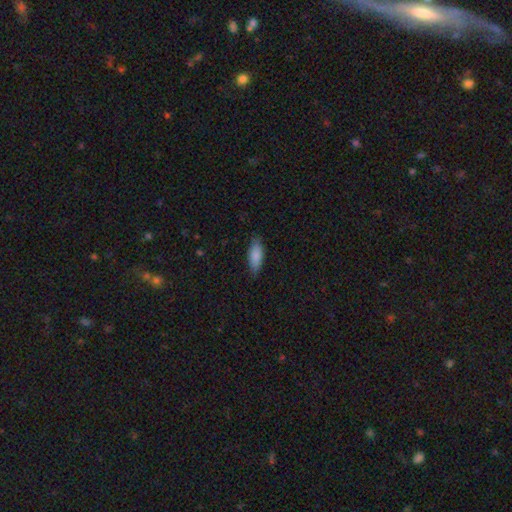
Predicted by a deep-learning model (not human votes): This appears to be a smooth galaxy with no disk features (85%) that is in between round and cigar-shaped (73%). Merging: none (81%).